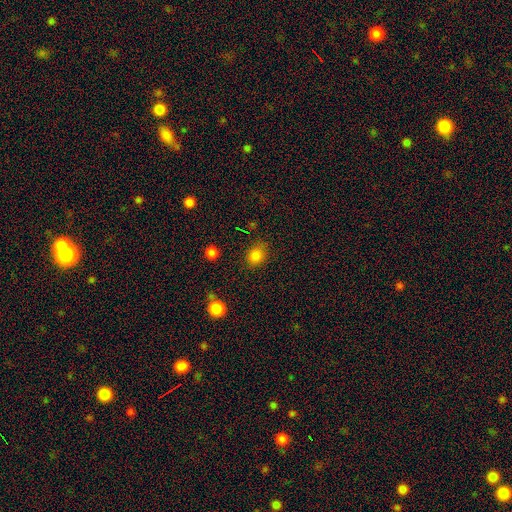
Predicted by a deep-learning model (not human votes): Smooth or featured: smooth — 83% (star or artifact — 13%)
How rounded: round — 58% (in between — 41%)
Merging: none — 80% (minor disturbance — 13%)